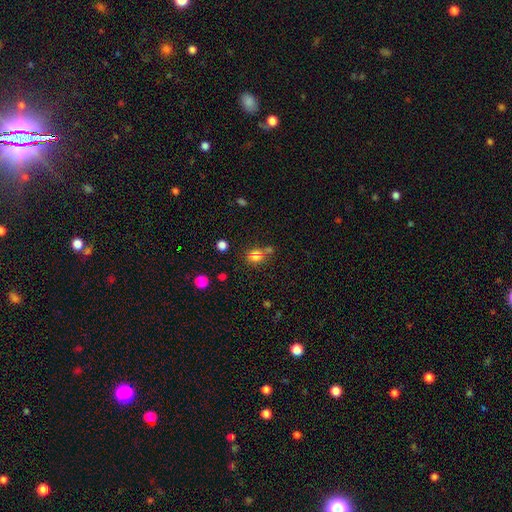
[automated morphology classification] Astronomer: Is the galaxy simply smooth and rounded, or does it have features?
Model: smooth — 75%.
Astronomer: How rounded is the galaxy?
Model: round — 64%.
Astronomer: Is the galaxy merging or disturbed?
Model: none — 49% (runner-up: merger, 33%).